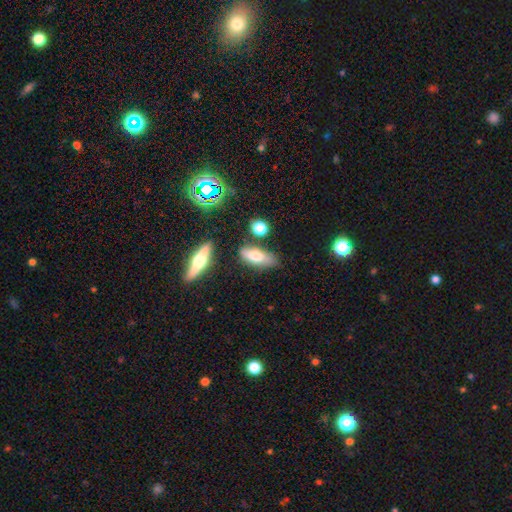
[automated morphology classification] This is likely a smooth galaxy (69%). How rounded: likely in between (69%). Merging: likely none (72%).